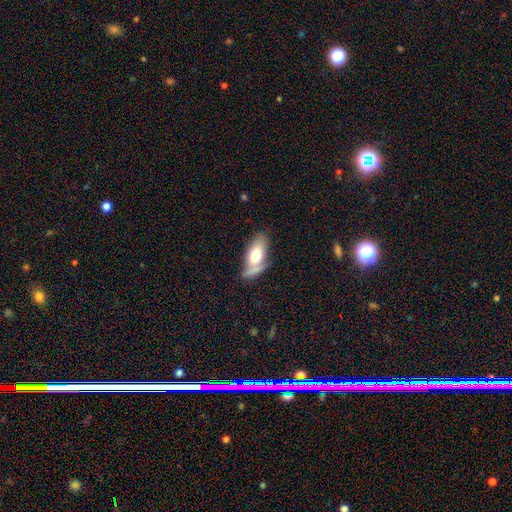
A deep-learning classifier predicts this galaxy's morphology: smooth 65%, featured or disk 28%, star or artifact 7%. Down the decision tree: how rounded — in between (85%); merging — none (47%).